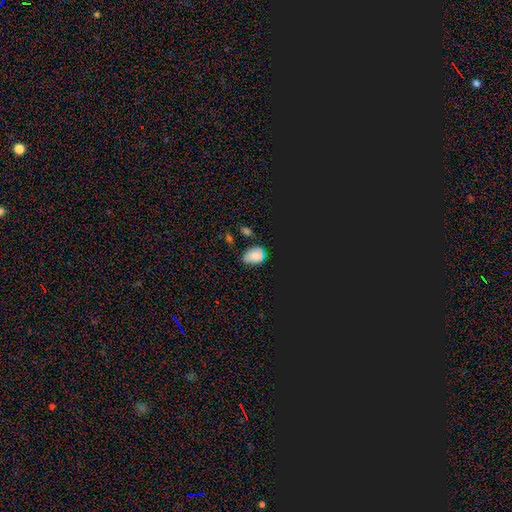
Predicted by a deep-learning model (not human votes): This is possibly a smooth galaxy (56%). How rounded: likely in between (75%). Merging: likely none (65%).